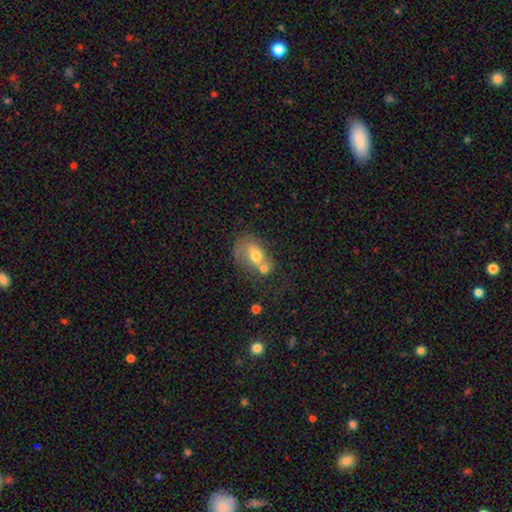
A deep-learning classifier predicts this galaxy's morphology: smooth-or-featured: smooth: 56% | featured or disk: 35% | star or artifact: 9%
  how-rounded: in between: 74% | round: 24% | cigar-shaped: 2%
  merging: merger: 48% | none: 25% | minor disturbance: 15% | major disturbance: 11%